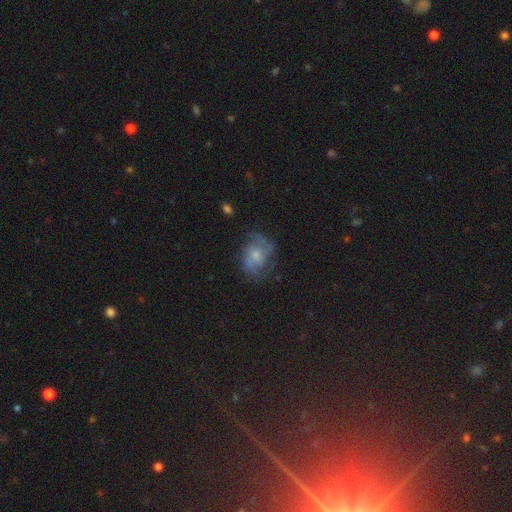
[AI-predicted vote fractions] Smooth or featured? featured or disk (65%)
Edge-on disk? no (97%)
Bar? no (67%)
Spiral arms? yes (85%)
Spiral winding? medium (48%)
Spiral arm count? 2 (55%)
Bulge size? small (43%)
Merging? none (61%)